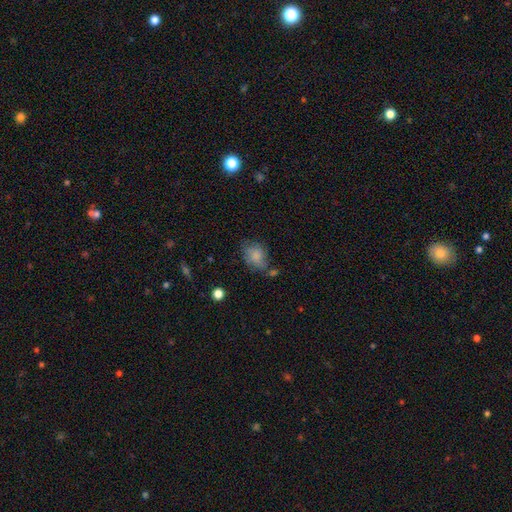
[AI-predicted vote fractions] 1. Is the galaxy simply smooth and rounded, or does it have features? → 78% smooth, 13% featured or disk, 9% star or artifact.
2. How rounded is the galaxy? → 65% in between, 34% round, 1% cigar-shaped.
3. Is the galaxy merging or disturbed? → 50% none, 29% minor disturbance, 12% major disturbance, 9% merger.